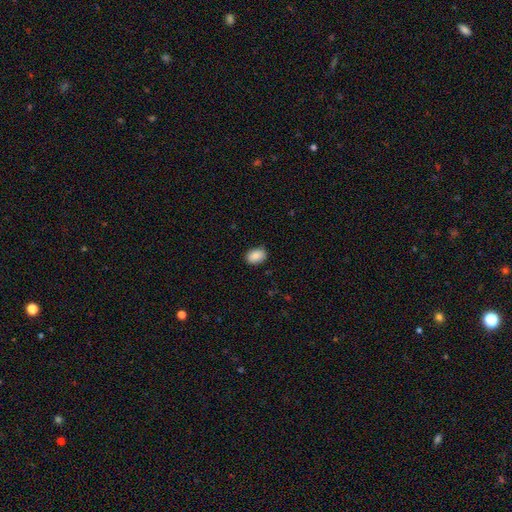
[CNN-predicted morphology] This is clearly a smooth galaxy (88%). How rounded: clearly in between (82%). Merging: clearly none (87%).